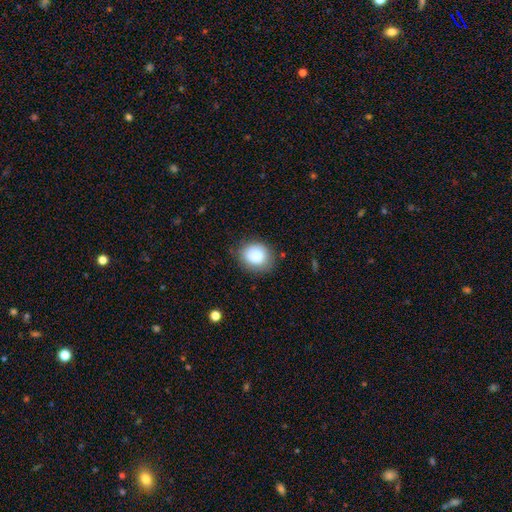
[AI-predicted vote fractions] Morphology: type=smooth (86%); roundness=round (65%); merging=none (78%).